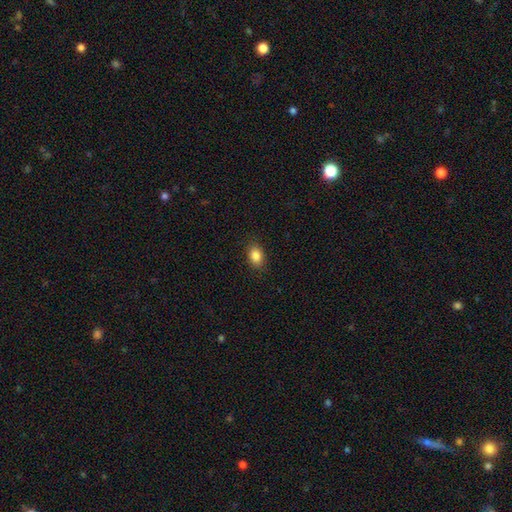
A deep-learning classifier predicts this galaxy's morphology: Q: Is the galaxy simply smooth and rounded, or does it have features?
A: smooth — 86%.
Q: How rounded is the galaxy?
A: in between — 78%.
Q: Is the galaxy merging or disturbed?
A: none — 87%.